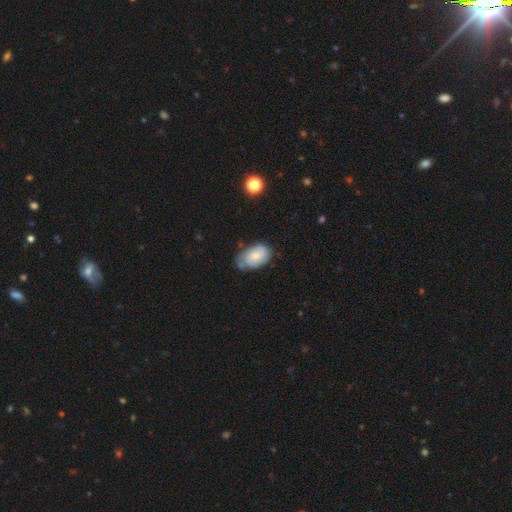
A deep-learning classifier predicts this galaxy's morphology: Q: Smooth or featured?
A: smooth (63%); runner-up: featured or disk (30%)
Q: How rounded?
A: in between (91%); runner-up: round (8%)
Q: Merging?
A: none (57%); runner-up: minor disturbance (33%)